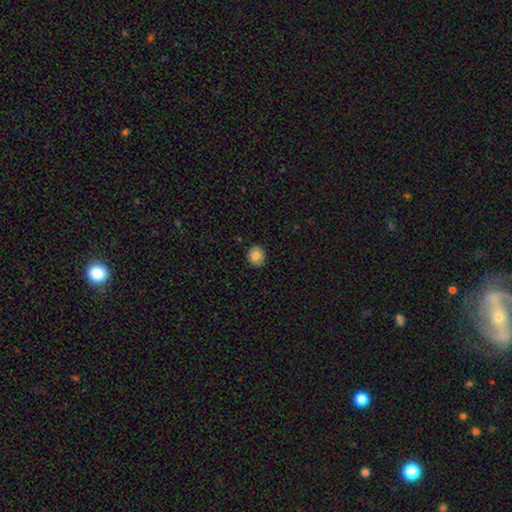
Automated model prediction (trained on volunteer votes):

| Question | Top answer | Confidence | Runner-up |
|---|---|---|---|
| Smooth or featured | smooth | 81% | featured or disk (10%) |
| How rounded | round | 74% | in between (25%) |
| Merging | none | 88% | minor disturbance (9%) |